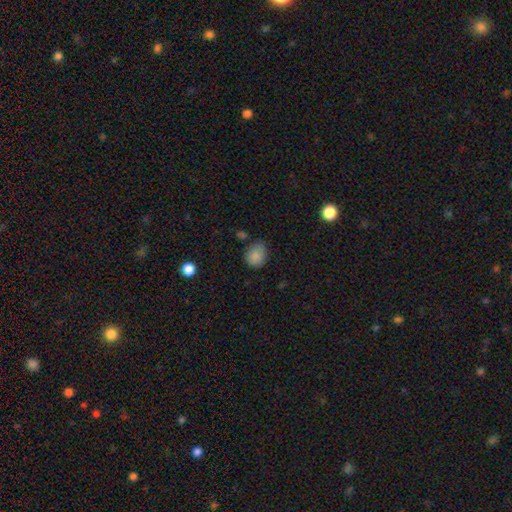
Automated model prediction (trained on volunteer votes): Smooth or featured: smooth — 85% (star or artifact — 10%)
How rounded: round — 55% (in between — 44%)
Merging: none — 64% (minor disturbance — 26%)